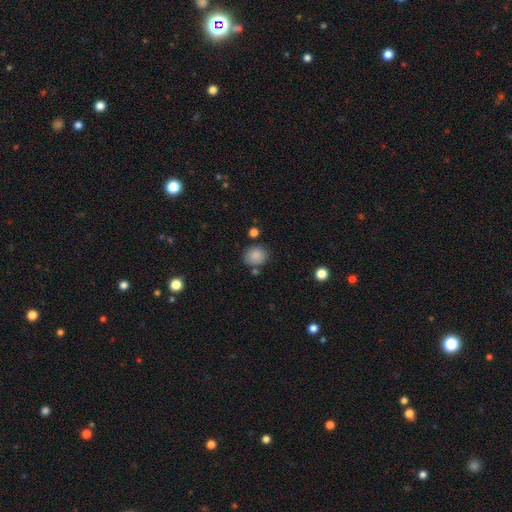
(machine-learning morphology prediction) This appears to be a smooth galaxy with no disk features (86%) that is round (71%). Merging: none (75%).